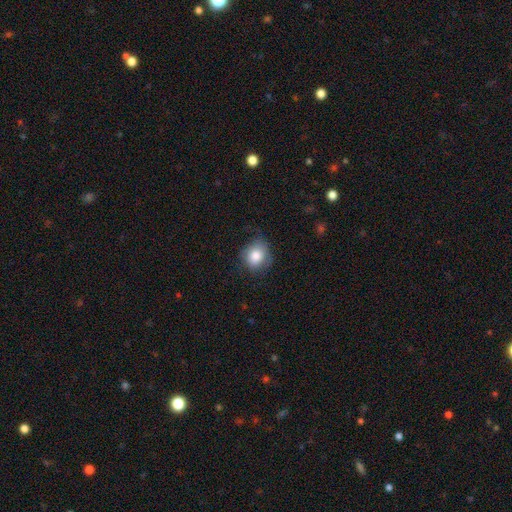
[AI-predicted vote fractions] Q: Smooth or featured?
A: smooth (79%); runner-up: featured or disk (13%)
Q: How rounded?
A: round (71%); runner-up: in between (28%)
Q: Merging?
A: none (61%); runner-up: minor disturbance (28%)